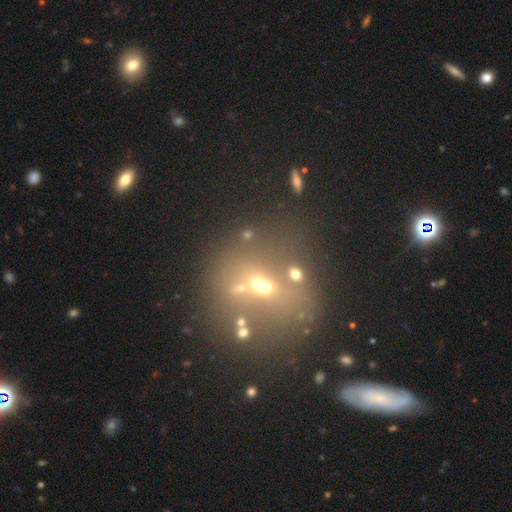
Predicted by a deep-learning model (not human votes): Smooth or featured?
  - smooth: 39% *
  - star or artifact: 35%
  - featured or disk: 26%
Merging?
  - none: 54% *
  - merger: 26%
  - minor disturbance: 12%
  - major disturbance: 8%